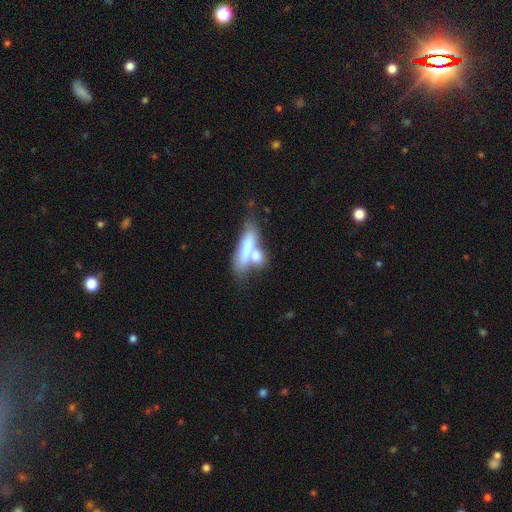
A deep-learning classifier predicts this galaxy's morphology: Smooth or featured: smooth — 69% (featured or disk — 24%)
How rounded: cigar-shaped — 49% (in between — 44%)
Merging: merger — 50% (none — 30%)